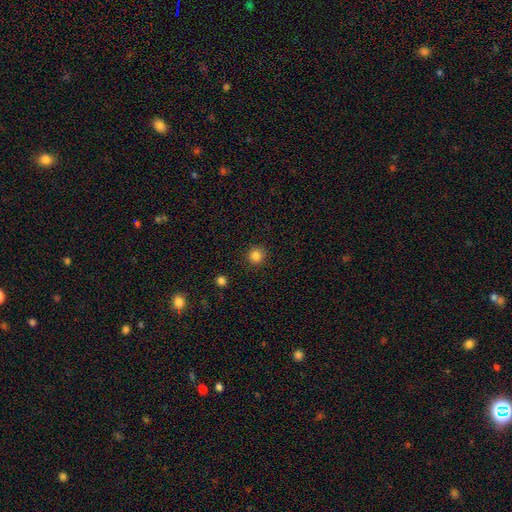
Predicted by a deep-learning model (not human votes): Morphology: type=smooth (84%); roundness=round (94%); merging=none (91%).